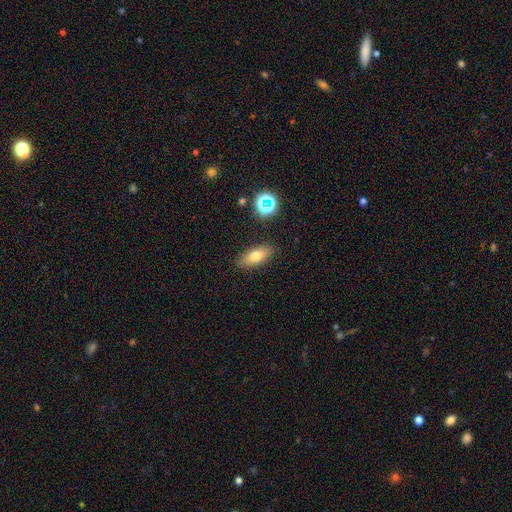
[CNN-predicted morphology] Smooth or featured?
  - smooth: 71% *
  - featured or disk: 18%
  - star or artifact: 10%
How rounded?
  - in between: 76% *
  - cigar-shaped: 19%
  - round: 5%
Merging?
  - none: 87% *
  - minor disturbance: 9%
  - major disturbance: 2%
  - merger: 2%